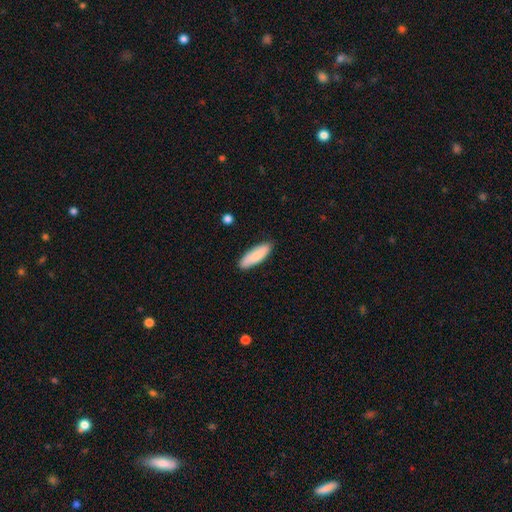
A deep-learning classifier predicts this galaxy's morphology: A smooth galaxy with no disk features (86%) that is in between round and cigar-shaped (53%).

Vote fractions:
- Smooth or featured? smooth: 86% / featured or disk: 9% / star or artifact: 5%
- How rounded? in between: 53% / cigar-shaped: 46% / round: 1%
- Merging? none: 86% / minor disturbance: 11% / major disturbance: 2% / merger: 1%